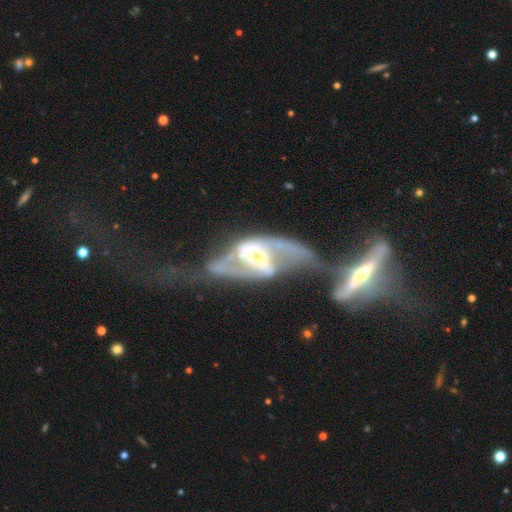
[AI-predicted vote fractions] smooth_or_featured: featured or disk (p=0.80) [alt: smooth p=0.13]
disk_edge_on: no (p=0.90) [alt: yes p=0.10]
bar: no (p=0.41) [alt: strong p=0.30]
has_spiral_arms: yes (p=0.71) [alt: no p=0.29]
spiral_winding: loose (p=0.57) [alt: medium p=0.29]
spiral_arm_count: 2 (p=0.75) [alt: can't tell p=0.15]
bulge_size: moderate (p=0.31) [alt: small p=0.29]
merging: merger (p=0.44) [alt: major disturbance p=0.34]